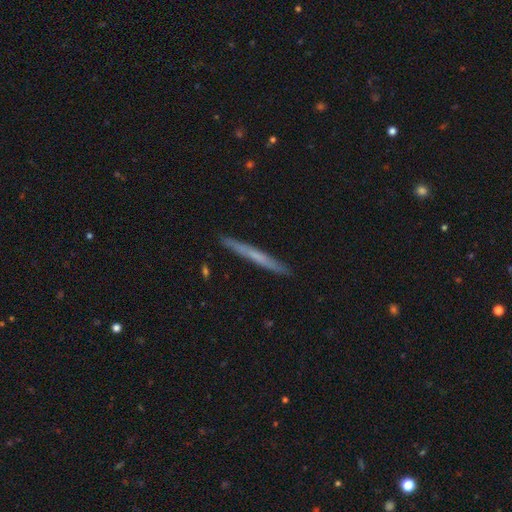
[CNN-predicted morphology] Smooth or featured: smooth — 50% (featured or disk — 44%)
Merging: none — 91% (minor disturbance — 7%)